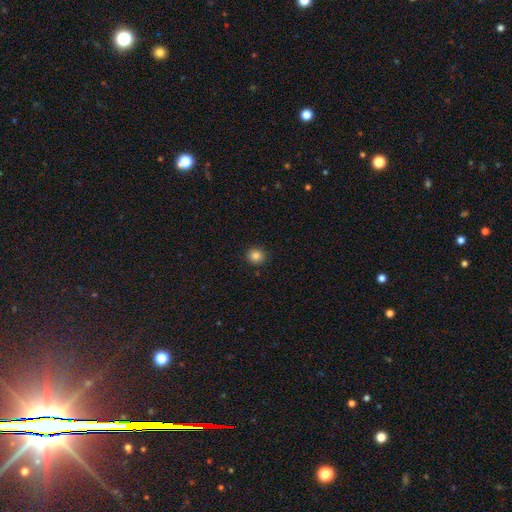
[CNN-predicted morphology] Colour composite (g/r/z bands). It shows a smooth galaxy with no disk features (85%) that is round (89%). Merging: none (91%).